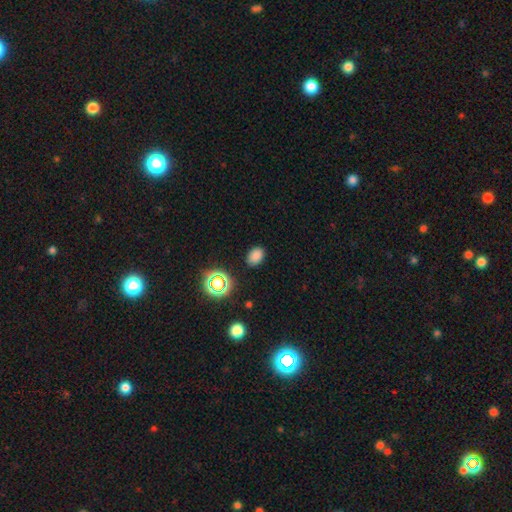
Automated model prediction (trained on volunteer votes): Smooth or featured? smooth (79%)
How rounded? in between (77%)
Merging? none (86%)